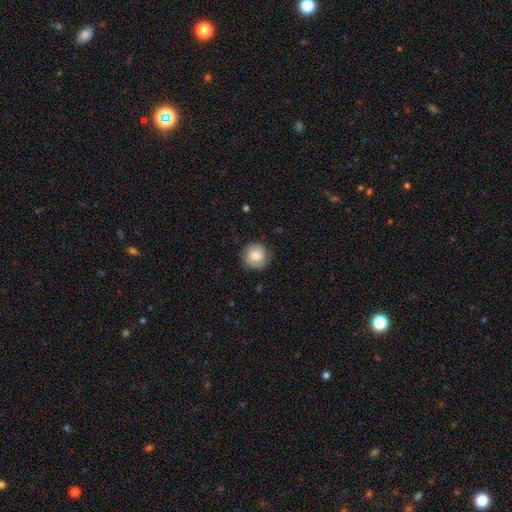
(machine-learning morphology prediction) Smooth or featured: smooth — 57% (featured or disk — 36%)
How rounded: round — 91% (in between — 8%)
Merging: none — 83% (minor disturbance — 13%)